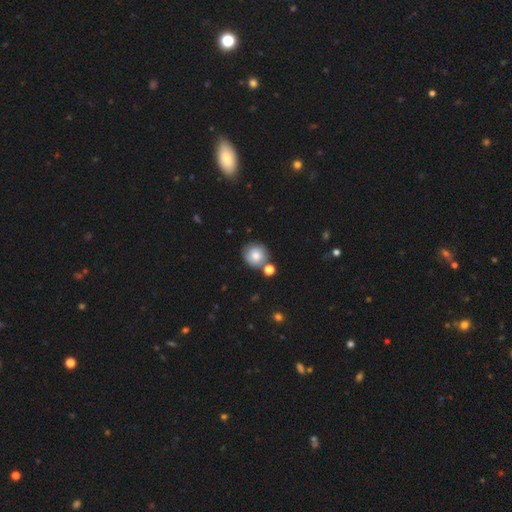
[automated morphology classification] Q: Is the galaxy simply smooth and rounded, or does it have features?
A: smooth — 80%.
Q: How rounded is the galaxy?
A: round — 90%.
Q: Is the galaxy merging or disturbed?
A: none — 69%.